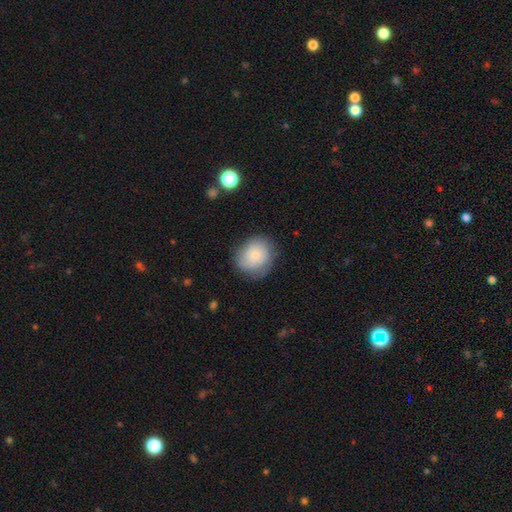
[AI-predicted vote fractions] Morphology: type=smooth (75%); roundness=round (76%); merging=none (74%).